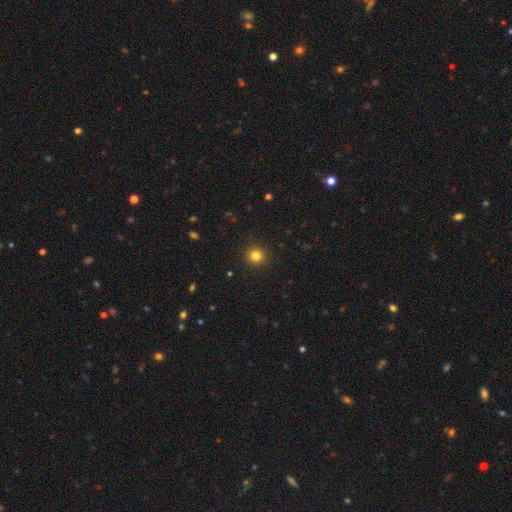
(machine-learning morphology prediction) smooth-or-featured: smooth: 82% | star or artifact: 13% | featured or disk: 5%
  how-rounded: round: 94% | in between: 5% | cigar-shaped: 1%
  merging: none: 92% | minor disturbance: 5% | major disturbance: 2% | merger: 1%